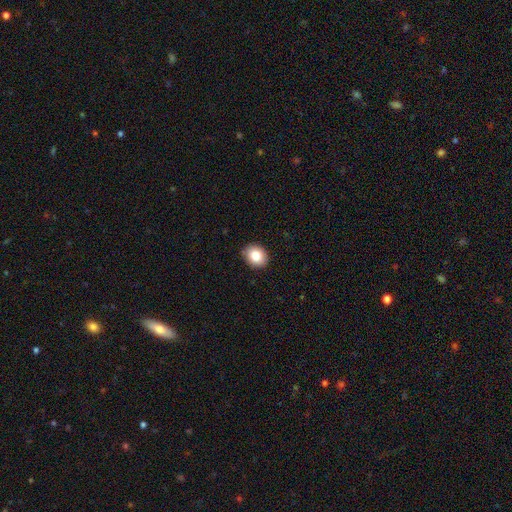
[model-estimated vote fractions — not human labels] Overall: smooth (82%). How rounded: round (54%; in between 45%). Merging: none (89%).